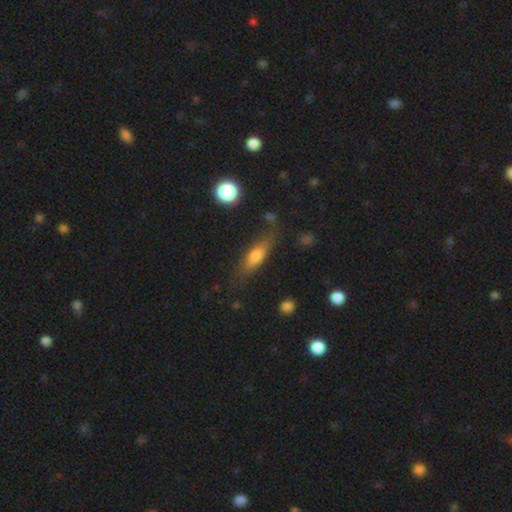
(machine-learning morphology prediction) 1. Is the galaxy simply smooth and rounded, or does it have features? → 65% smooth, 26% featured or disk, 9% star or artifact.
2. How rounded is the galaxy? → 51% cigar-shaped, 45% in between, 4% round.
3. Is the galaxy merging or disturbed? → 72% none, 19% minor disturbance, 6% major disturbance, 3% merger.